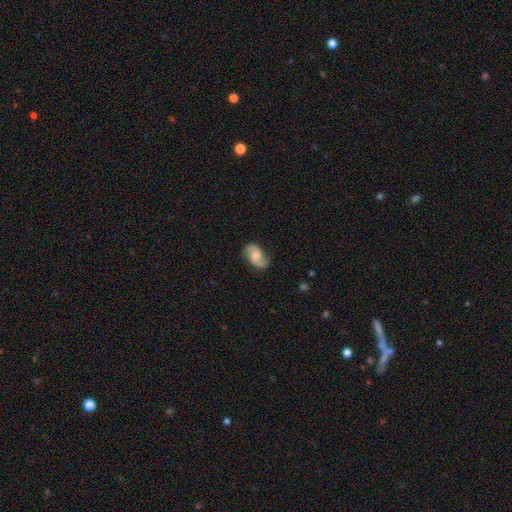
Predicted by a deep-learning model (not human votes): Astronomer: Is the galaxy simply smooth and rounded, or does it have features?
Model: featured or disk — 73%.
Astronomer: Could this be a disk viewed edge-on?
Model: no — 97%.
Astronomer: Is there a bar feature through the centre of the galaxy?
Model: no — 48% (runner-up: weak, 43%).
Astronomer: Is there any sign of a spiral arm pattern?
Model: yes — 95%.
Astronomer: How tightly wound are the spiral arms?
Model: loose — 47% (runner-up: medium, 40%).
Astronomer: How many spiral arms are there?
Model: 2 — 92%.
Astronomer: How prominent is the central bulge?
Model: moderate — 42% (runner-up: small, 27%).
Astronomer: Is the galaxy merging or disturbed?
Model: none — 80%.